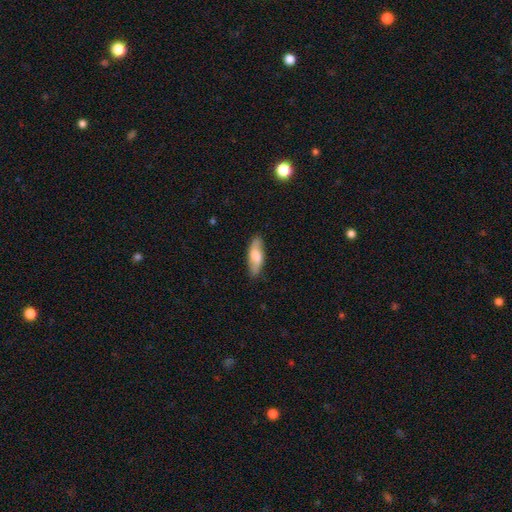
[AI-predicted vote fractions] Morphology: type=smooth (64%); roundness=in between (60%); merging=none (84%).